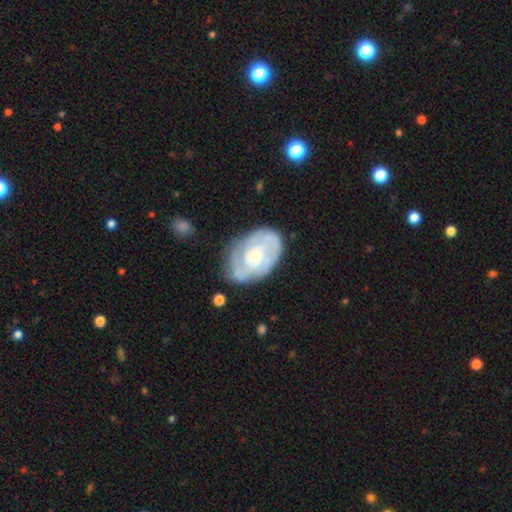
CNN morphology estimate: This appears to be a featured or disk galaxy (79%) with no bar (68%), 2 (37%) tight (63%) spiral arms (91%) and a small central bulge (63%). Merging: none (65%).